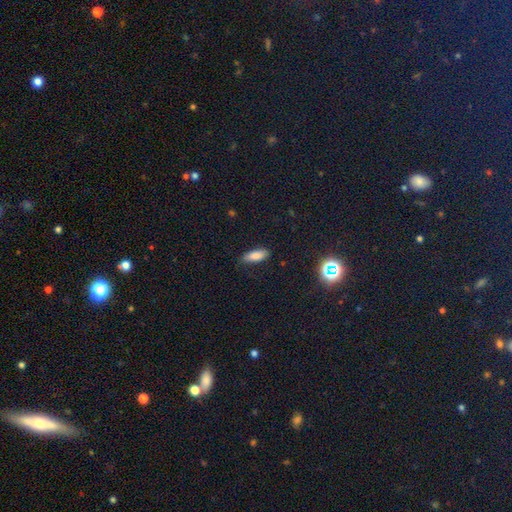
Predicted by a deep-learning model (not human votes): This appears to be a smooth galaxy with no disk features (82%) that is in between round and cigar-shaped (71%). Merging: none (79%).